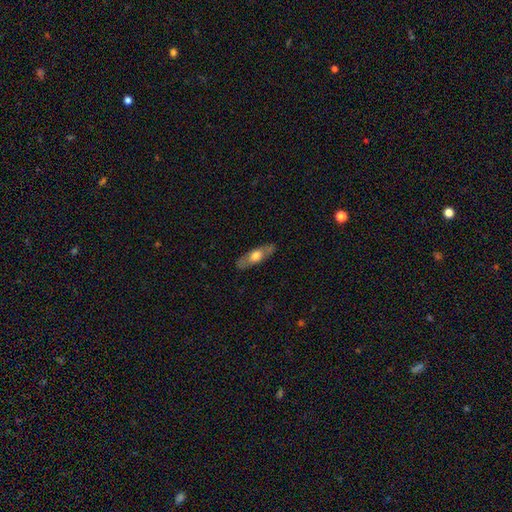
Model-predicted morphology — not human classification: Smooth or featured: smooth — 51% (featured or disk — 43%)
How rounded: in between — 56% (cigar-shaped — 41%)
Merging: none — 84% (minor disturbance — 12%)